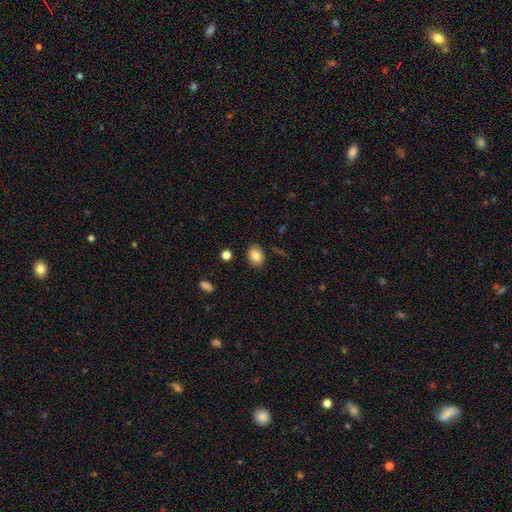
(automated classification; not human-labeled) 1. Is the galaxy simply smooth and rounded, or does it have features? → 84% smooth, 9% star or artifact, 7% featured or disk.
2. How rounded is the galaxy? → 65% in between, 34% round, 1% cigar-shaped.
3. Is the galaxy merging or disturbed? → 86% none, 9% minor disturbance, 2% major disturbance, 2% merger.